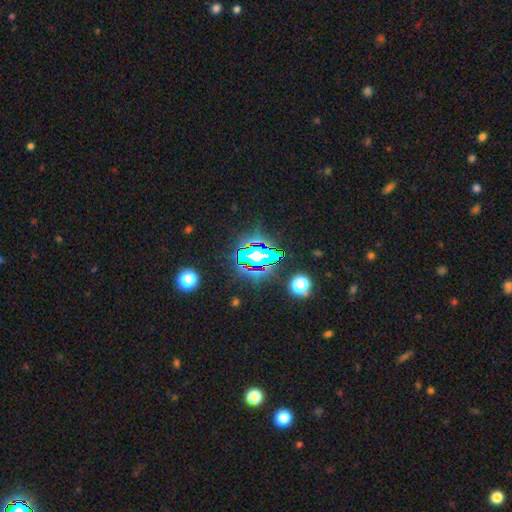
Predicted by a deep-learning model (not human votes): Overall: star or artifact (64%).